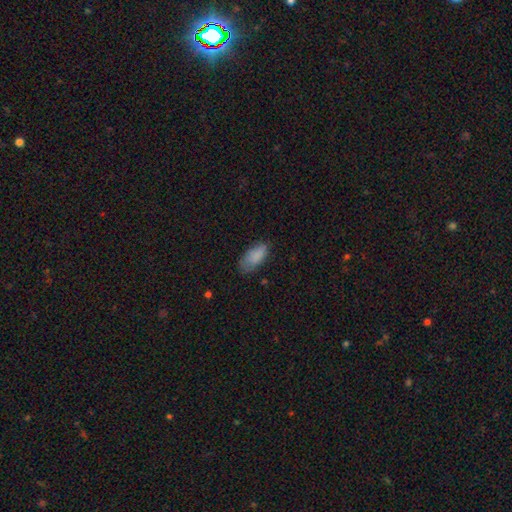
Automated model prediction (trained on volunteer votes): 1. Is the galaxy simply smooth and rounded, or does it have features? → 84% smooth, 8% featured or disk, 8% star or artifact.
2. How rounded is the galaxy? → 90% in between, 8% cigar-shaped, 2% round.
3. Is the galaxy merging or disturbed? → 64% none, 27% minor disturbance, 8% major disturbance, 2% merger.